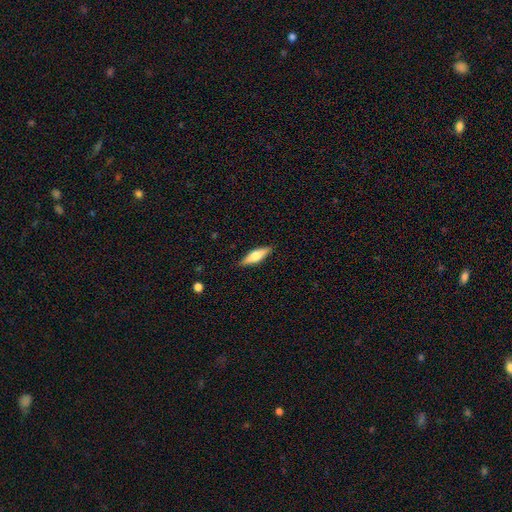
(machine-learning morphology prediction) smooth 51%, featured or disk 43%, star or artifact 6%. Down the decision tree: how rounded — cigar-shaped (52%); merging — none (87%).